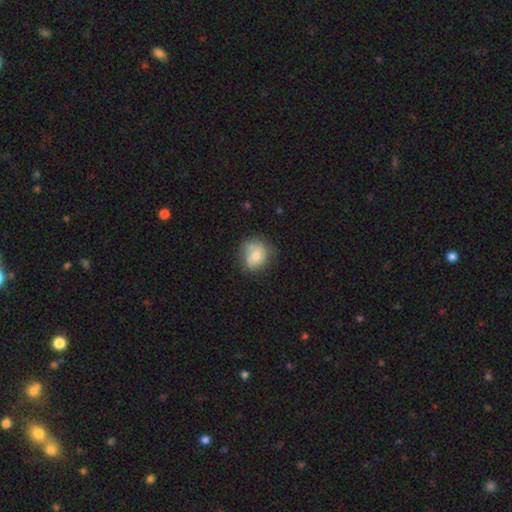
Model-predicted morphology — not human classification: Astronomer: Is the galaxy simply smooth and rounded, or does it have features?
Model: smooth — 60%.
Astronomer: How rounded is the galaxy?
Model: round — 66%.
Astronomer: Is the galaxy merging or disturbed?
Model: none — 57%.